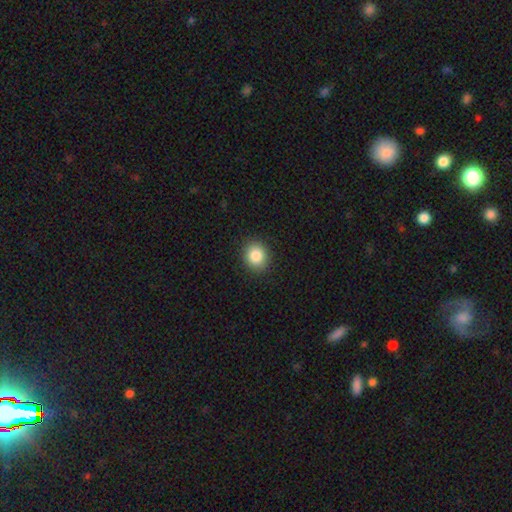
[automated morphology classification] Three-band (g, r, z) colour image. It shows a smooth galaxy with no disk features (85%) that is round (71%). Merging: none (91%).